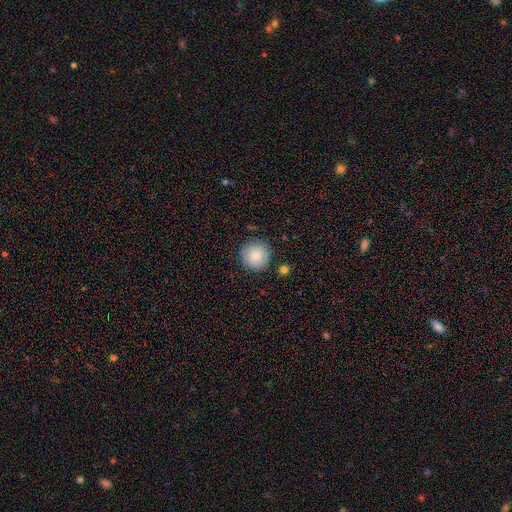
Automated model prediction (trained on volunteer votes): Smooth or featured: smooth — 87% (star or artifact — 8%)
How rounded: round — 96% (in between — 3%)
Merging: none — 88% (minor disturbance — 8%)